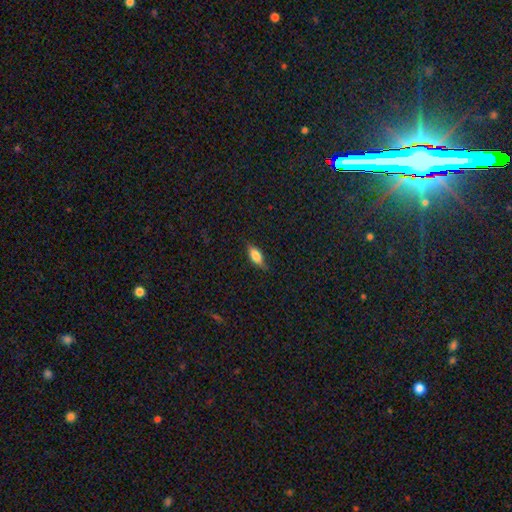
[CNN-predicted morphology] Q: Smooth or featured?
A: smooth (77%); runner-up: featured or disk (16%)
Q: How rounded?
A: in between (81%); runner-up: cigar-shaped (16%)
Q: Merging?
A: none (77%); runner-up: minor disturbance (18%)